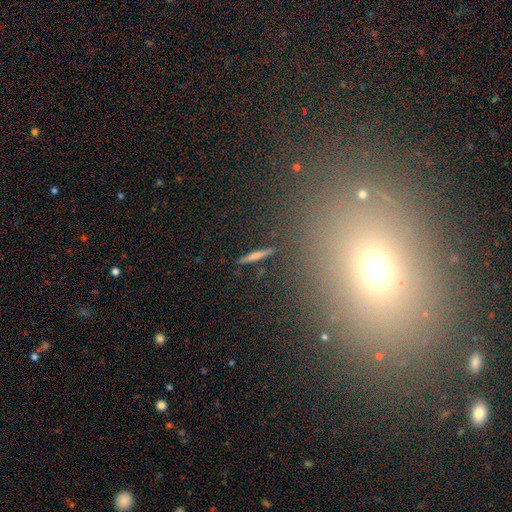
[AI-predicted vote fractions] This is possibly a smooth galaxy (56%). How rounded: clearly cigar-shaped (90%). Merging: clearly none (86%).